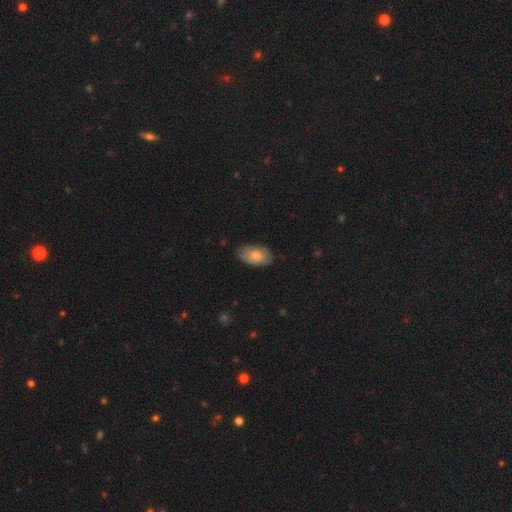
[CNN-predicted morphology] smooth-or-featured: smooth: 73% | featured or disk: 22% | star or artifact: 6%
  how-rounded: in between: 94% | round: 5% | cigar-shaped: 2%
  merging: none: 76% | minor disturbance: 20% | major disturbance: 4% | merger: 1%